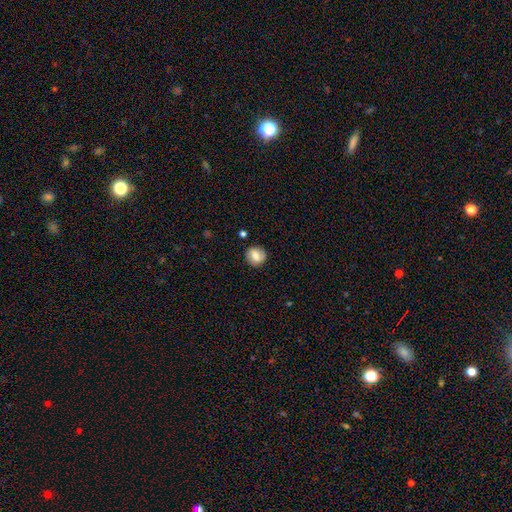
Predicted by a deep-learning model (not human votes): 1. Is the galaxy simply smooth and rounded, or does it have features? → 66% smooth, 25% featured or disk, 9% star or artifact.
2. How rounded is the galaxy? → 88% round, 11% in between, 1% cigar-shaped.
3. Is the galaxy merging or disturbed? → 84% none, 11% minor disturbance, 3% major disturbance, 2% merger.